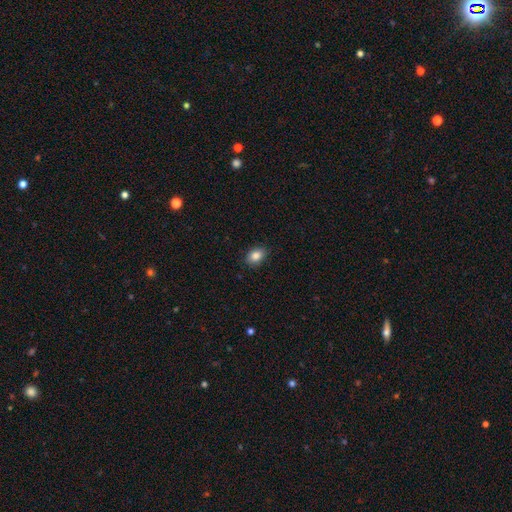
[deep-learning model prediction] smooth 85%, star or artifact 9%, featured or disk 6%. Down the decision tree: how rounded — in between (75%); merging — none (88%).